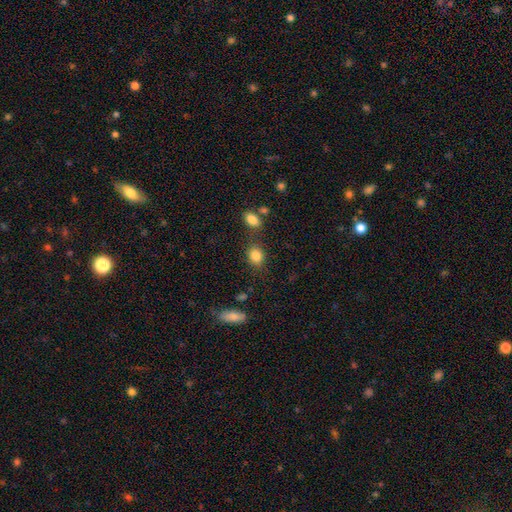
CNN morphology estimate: Overall: smooth (85%). How rounded: in between (54%; round 45%). Merging: none (74%).